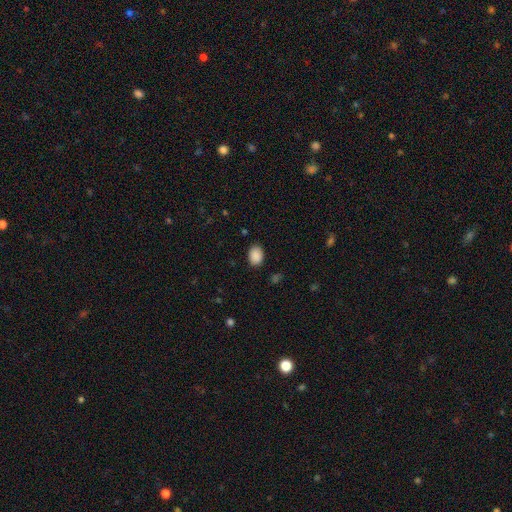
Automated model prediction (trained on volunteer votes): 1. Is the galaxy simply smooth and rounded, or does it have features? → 89% smooth, 8% star or artifact, 3% featured or disk.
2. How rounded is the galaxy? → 75% in between, 24% round, 1% cigar-shaped.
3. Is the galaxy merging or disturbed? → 86% none, 11% minor disturbance, 2% major disturbance, 1% merger.